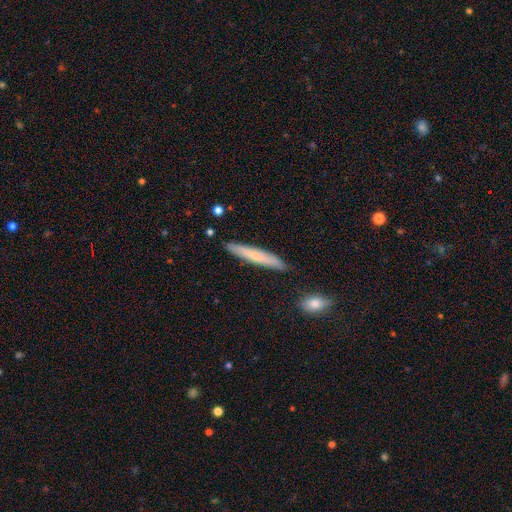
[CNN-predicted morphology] Smooth or featured: smooth — 65% (featured or disk — 29%)
How rounded: cigar-shaped — 94% (in between — 5%)
Merging: none — 88% (minor disturbance — 9%)